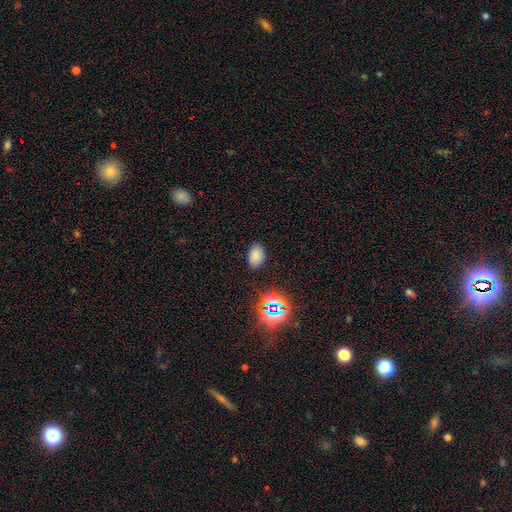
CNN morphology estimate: smooth-or-featured: smooth: 77% | star or artifact: 17% | featured or disk: 6%
  how-rounded: in between: 88% | round: 11% | cigar-shaped: 1%
  merging: none: 85% | minor disturbance: 10% | major disturbance: 3% | merger: 1%